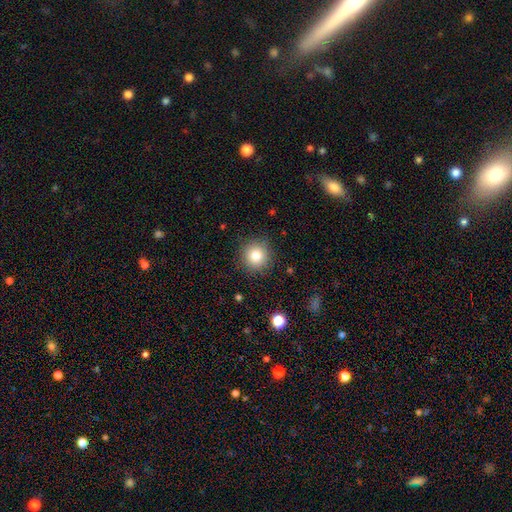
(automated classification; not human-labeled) Smooth or featured: smooth — 82% (star or artifact — 11%)
How rounded: round — 93% (in between — 6%)
Merging: none — 89% (minor disturbance — 8%)